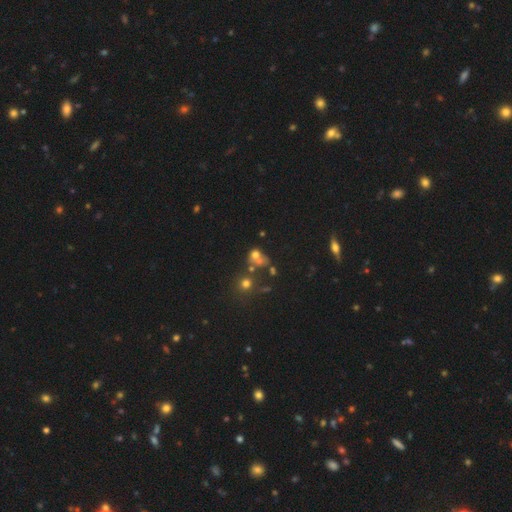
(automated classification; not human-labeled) smooth_or_featured: smooth (p=0.59) [alt: star or artifact p=0.23]
how_rounded: round (p=0.63) [alt: in between p=0.35]
merging: merger (p=0.39) [alt: none p=0.33]